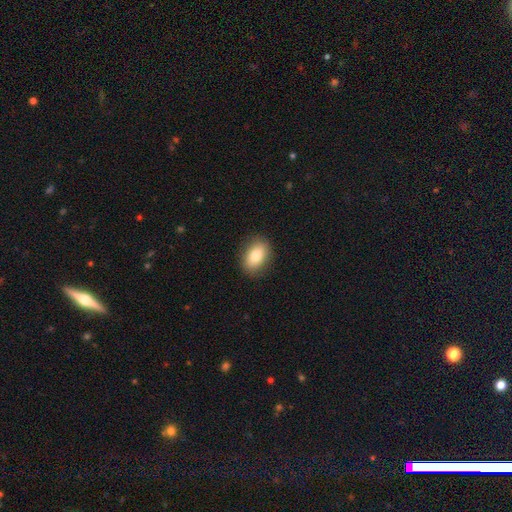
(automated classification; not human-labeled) Overall: smooth (80%). How rounded: in between (81%). Merging: none (88%).